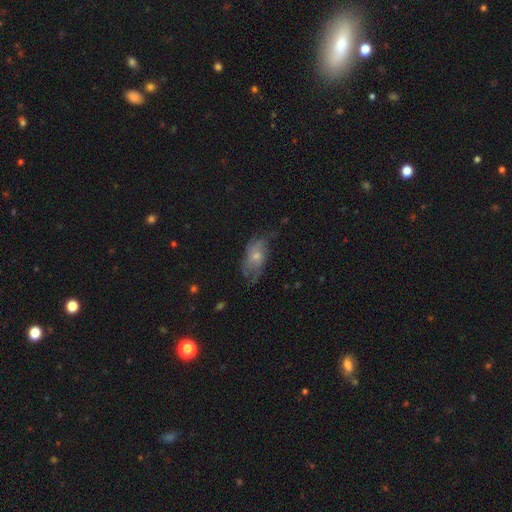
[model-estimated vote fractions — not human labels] smooth_or_featured: featured or disk (p=0.48) [alt: smooth p=0.43]
merging: none (p=0.49) [alt: minor disturbance p=0.31]